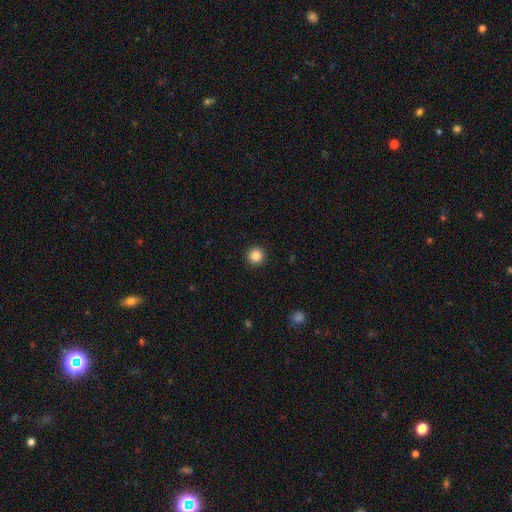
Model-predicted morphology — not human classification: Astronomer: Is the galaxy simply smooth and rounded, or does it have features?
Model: smooth — 86%.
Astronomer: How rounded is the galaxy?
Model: round — 96%.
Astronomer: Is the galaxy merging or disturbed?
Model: none — 93%.